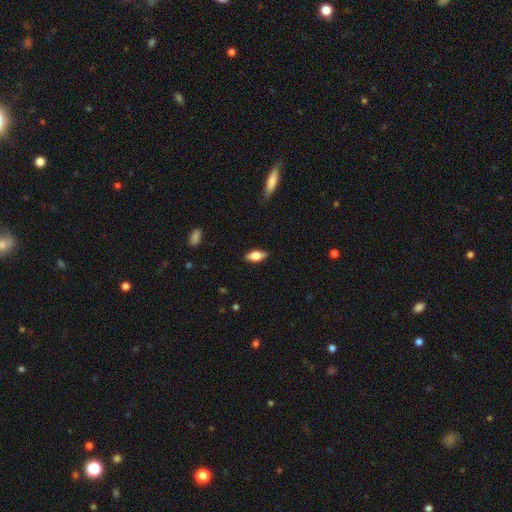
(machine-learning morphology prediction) type=smooth (65%); roundness=in between (81%); merging=none (86%).